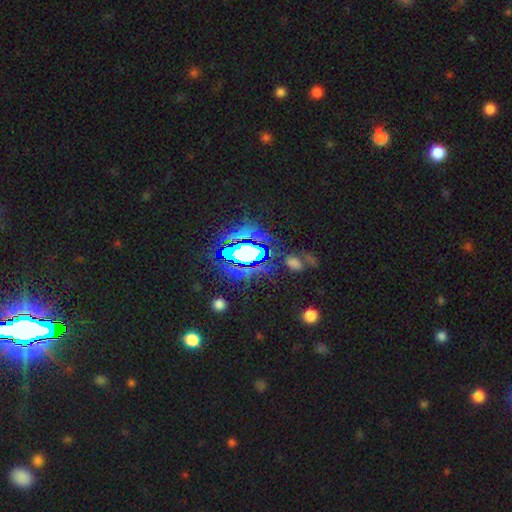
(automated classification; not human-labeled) Q: Smooth or featured?
A: star or artifact (82%); runner-up: smooth (11%)